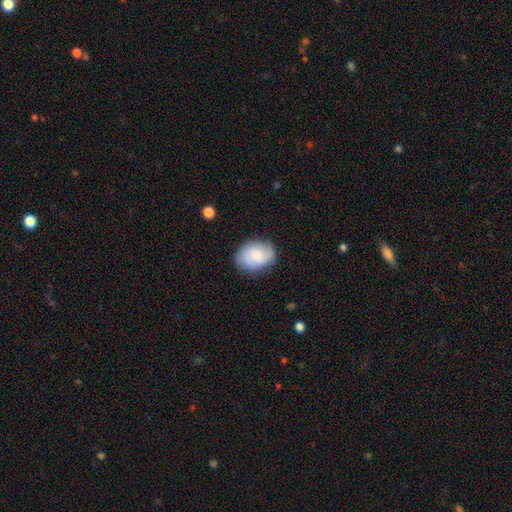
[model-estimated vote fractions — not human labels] smooth 68%, featured or disk 25%, star or artifact 7%. Down the decision tree: how rounded — in between (66%); merging — none (78%).